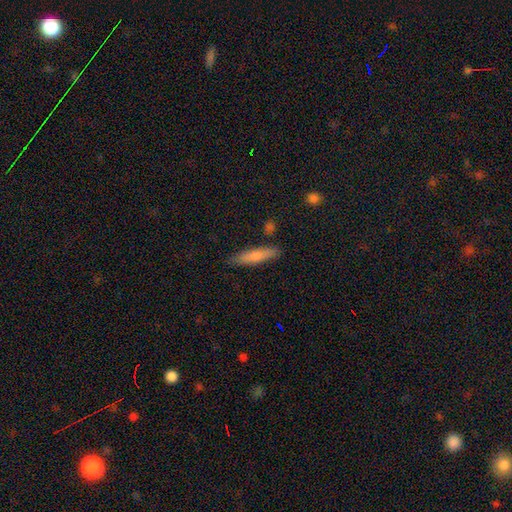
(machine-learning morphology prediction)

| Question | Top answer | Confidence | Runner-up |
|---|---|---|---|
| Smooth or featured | smooth | 72% | featured or disk (22%) |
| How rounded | cigar-shaped | 82% | in between (16%) |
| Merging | none | 85% | minor disturbance (11%) |